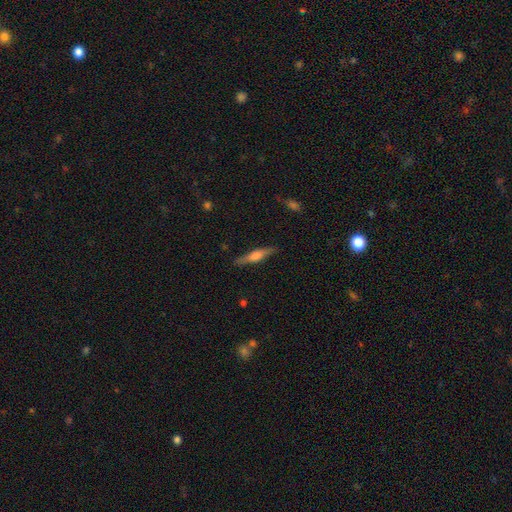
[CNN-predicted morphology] smooth_or_featured: featured or disk (p=0.55) [alt: smooth p=0.38]
disk_edge_on: yes (p=0.96) [alt: no p=0.04]
edge_on_bulge: rounded (p=0.69) [alt: boxy p=0.23]
merging: none (p=0.87) [alt: minor disturbance p=0.09]